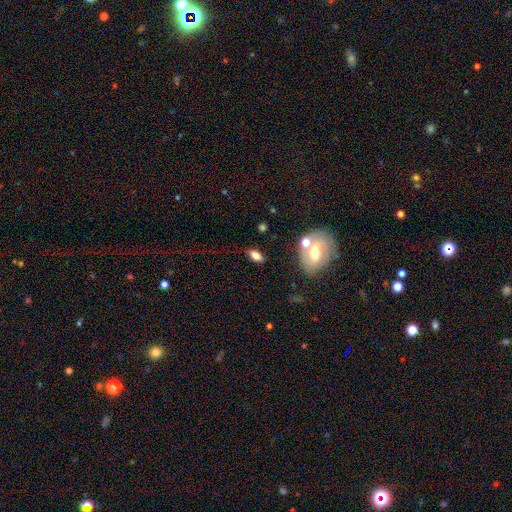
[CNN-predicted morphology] The model was most divided on "merging": none: 70%, minor disturbance: 15%, merger: 9%, major disturbance: 5%. More confident: how rounded — in between (83%); smooth or featured — smooth (75%).